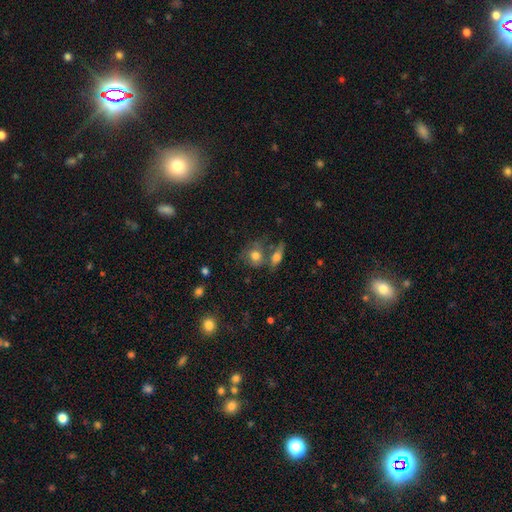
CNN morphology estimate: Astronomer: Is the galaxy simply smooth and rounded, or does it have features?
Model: smooth — 71%.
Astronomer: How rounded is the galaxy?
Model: round — 66%.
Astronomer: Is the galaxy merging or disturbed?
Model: none — 49% (runner-up: merger, 29%).